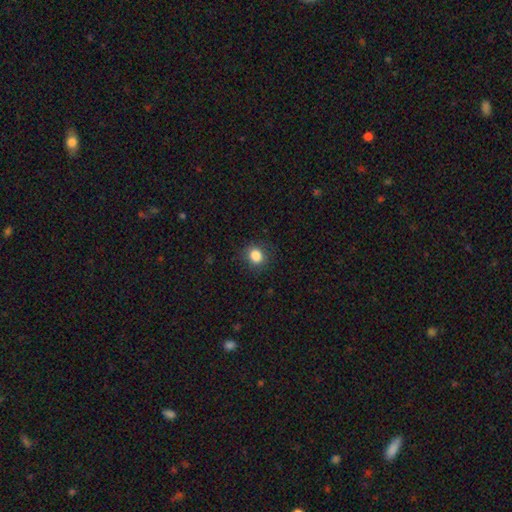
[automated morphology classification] The model was most divided on "how rounded": round: 69%, in between: 30%, cigar-shaped: 1%. More confident: merging — none (87%); smooth or featured — smooth (85%).